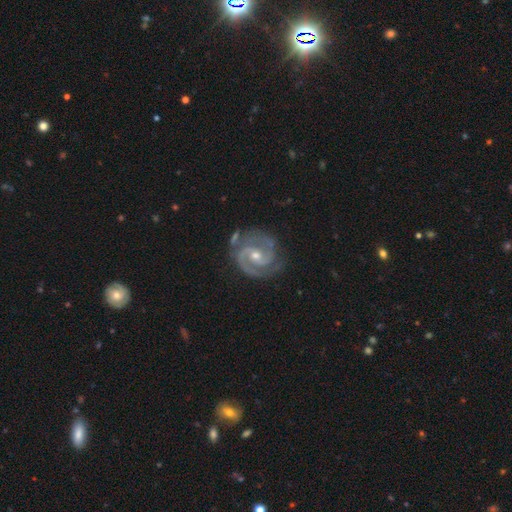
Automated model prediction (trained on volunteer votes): smooth-or-featured: featured or disk: 92% | star or artifact: 5% | smooth: 3%
  disk-edge-on: no: 98% | yes: 2%
    bar: no: 45% | weak: 40% | strong: 16%
    has-spiral-arms: yes: 99% | no: 1%
      spiral-winding: tight: 57% | medium: 39% | loose: 4%
      spiral-arm-count: 2: 85% | 3: 8% | can't tell: 3% | 1: 1% | 4: 1% | more than 4: 1%
    bulge-size: small: 49% | moderate: 48% | large: 1% | none: 1% | dominant: 1%
  merging: none: 76% | minor disturbance: 16% | major disturbance: 4% | merger: 4%